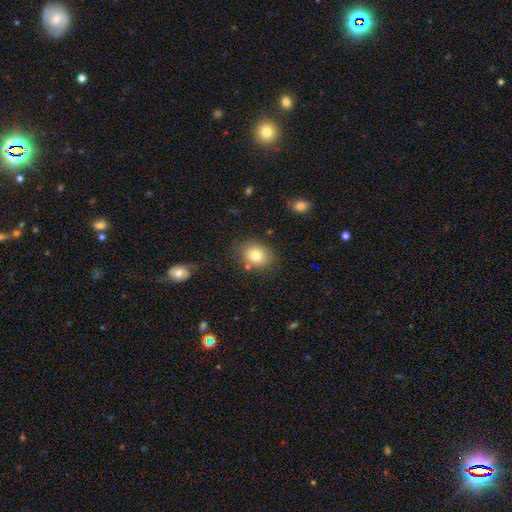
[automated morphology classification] The model was most divided on "how rounded": in between: 53%, round: 46%, cigar-shaped: 1%. More confident: smooth or featured — smooth (79%); merging — none (78%).